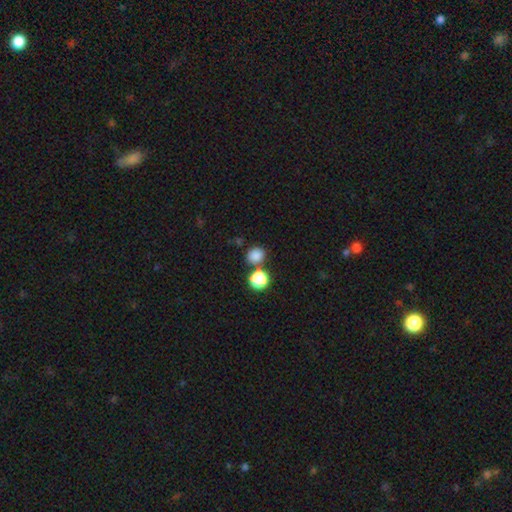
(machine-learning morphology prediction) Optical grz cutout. It shows a smooth galaxy with no disk features (82%) that is round (79%). Merging: none (69%).